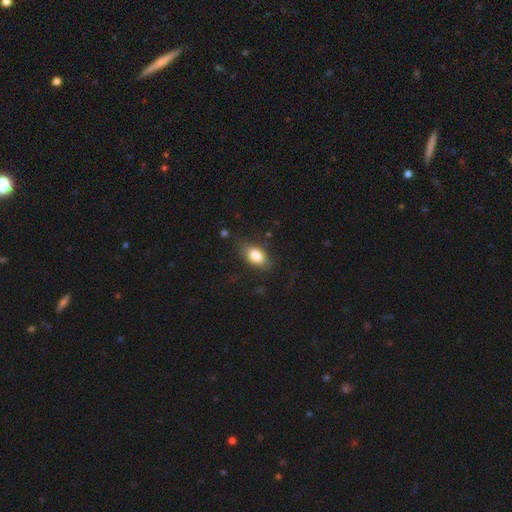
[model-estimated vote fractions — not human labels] Morphology: type=smooth (82%); roundness=in between (85%); merging=none (79%).